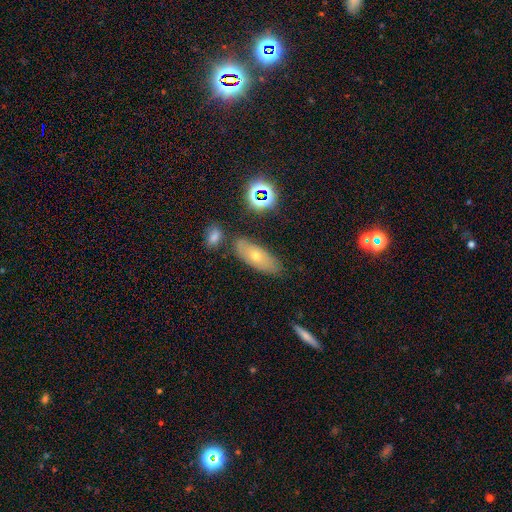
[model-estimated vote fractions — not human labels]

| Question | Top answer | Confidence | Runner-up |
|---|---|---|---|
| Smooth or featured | smooth | 56% | featured or disk (30%) |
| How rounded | in between | 73% | cigar-shaped (22%) |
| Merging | none | 74% | minor disturbance (16%) |